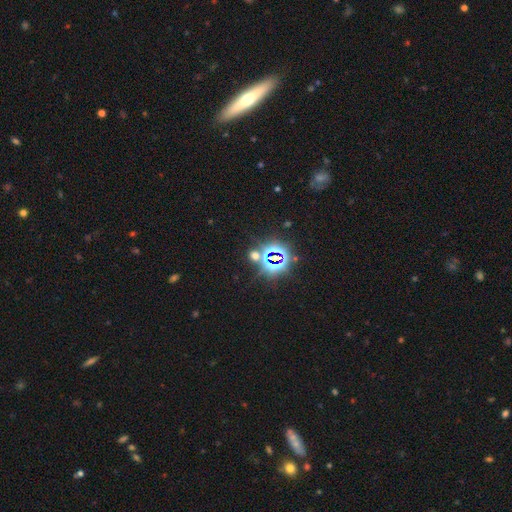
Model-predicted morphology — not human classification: star or artifact 66%, smooth 27%, featured or disk 8%.